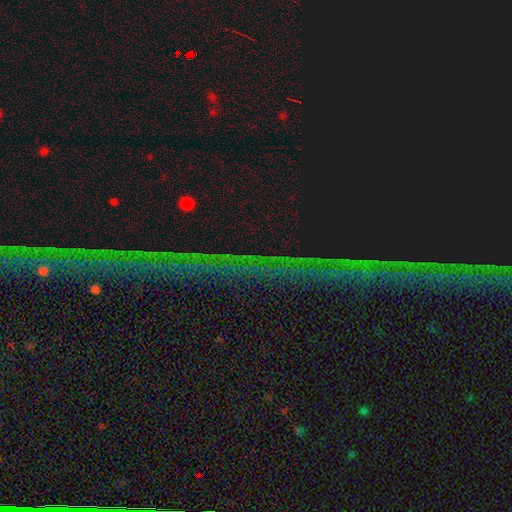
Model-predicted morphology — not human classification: smooth_or_featured: star or artifact (p=0.85) [alt: featured or disk p=0.09]